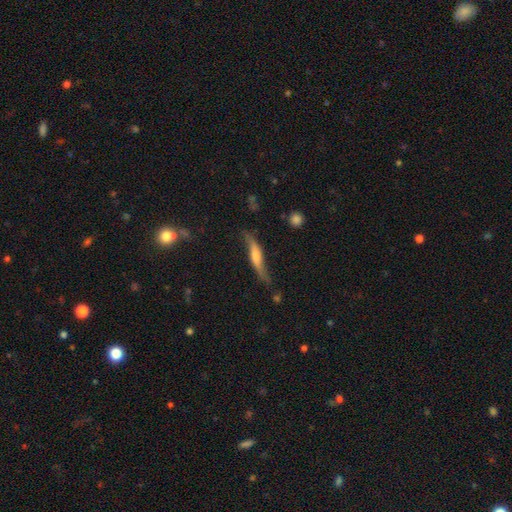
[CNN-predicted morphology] This appears to be a featured or disk galaxy (63%) viewed edge-on (62%). Merging: none (61%).